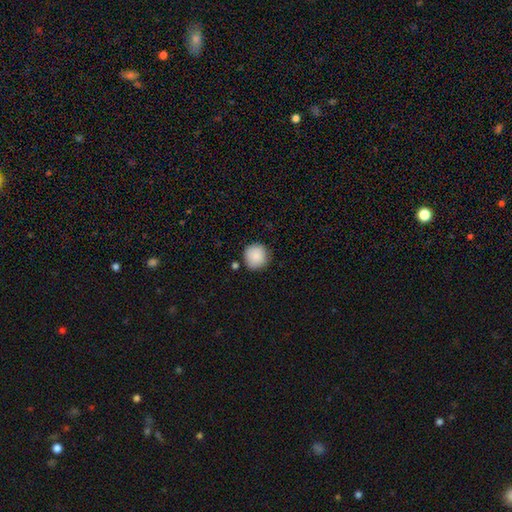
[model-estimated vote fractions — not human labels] smooth-or-featured: smooth: 89% | star or artifact: 7% | featured or disk: 4%
  how-rounded: round: 94% | in between: 5% | cigar-shaped: 1%
  merging: none: 83% | minor disturbance: 11% | merger: 3% | major disturbance: 3%